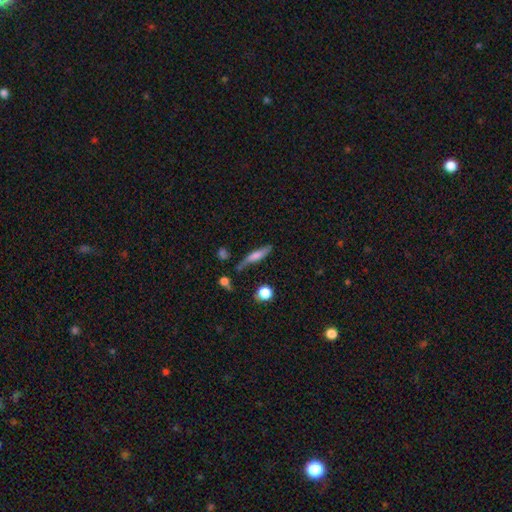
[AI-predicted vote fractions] Q: Smooth or featured?
A: smooth (55%); runner-up: featured or disk (36%)
Q: How rounded?
A: cigar-shaped (81%); runner-up: in between (16%)
Q: Merging?
A: none (67%); runner-up: minor disturbance (20%)